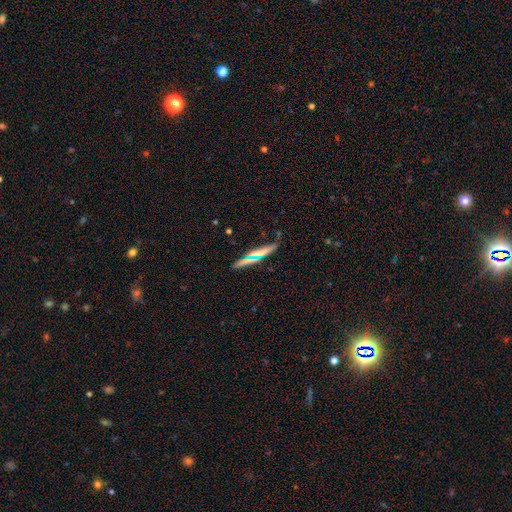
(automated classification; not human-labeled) This is possibly a smooth galaxy (53%). How rounded: clearly cigar-shaped (88%). Merging: likely none (72%).